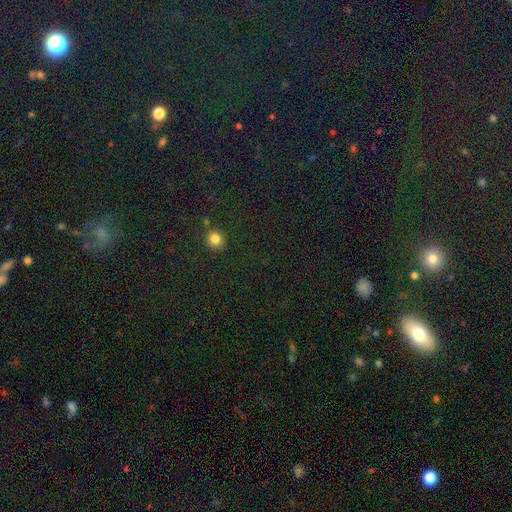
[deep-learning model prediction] The model was most divided on "smooth or featured": star or artifact: 60%, smooth: 29%, featured or disk: 11%.